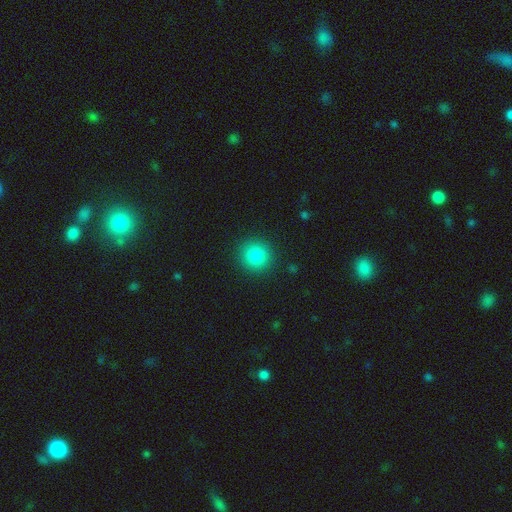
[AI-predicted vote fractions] Overall: smooth (84%). How rounded: round (91%). Merging: none (91%).